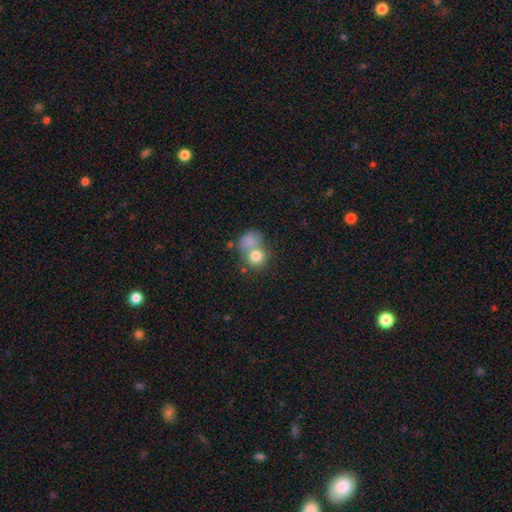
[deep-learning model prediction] Overall: smooth (78%). How rounded: round (75%). Merging: merger (51%; none 34%).